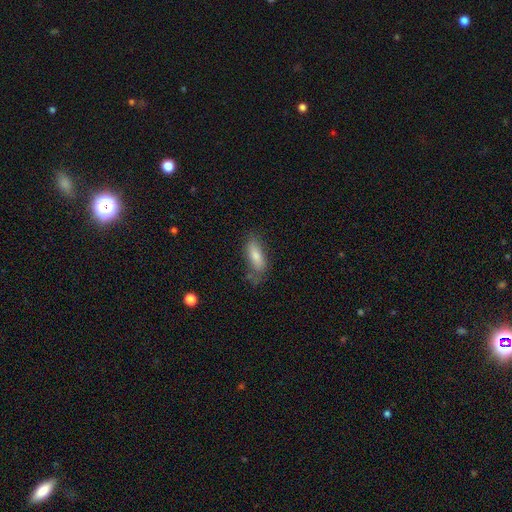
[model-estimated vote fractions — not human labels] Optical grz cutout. It shows a smooth galaxy with no disk features (73%) that is in between round and cigar-shaped (62%). Merging: none (64%).